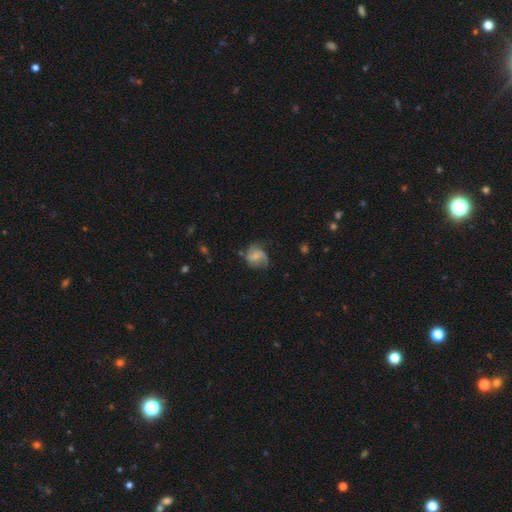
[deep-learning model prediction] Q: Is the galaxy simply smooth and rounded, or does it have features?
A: featured or disk — 49%.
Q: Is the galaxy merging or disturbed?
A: none — 51%.